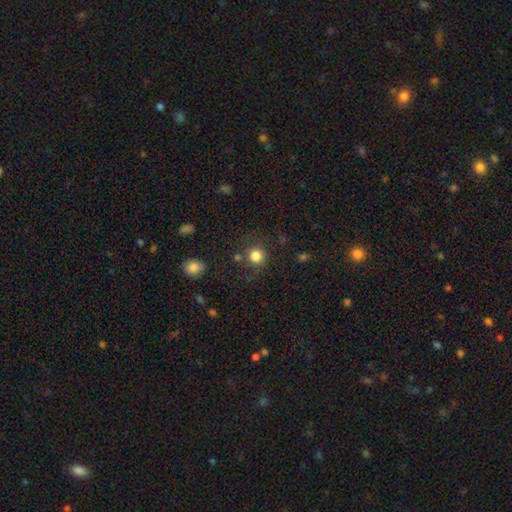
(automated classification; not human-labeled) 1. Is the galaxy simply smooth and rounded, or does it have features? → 83% smooth, 12% star or artifact, 5% featured or disk.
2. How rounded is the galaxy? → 92% round, 7% in between, 1% cigar-shaped.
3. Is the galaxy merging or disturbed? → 80% none, 10% minor disturbance, 5% merger, 5% major disturbance.